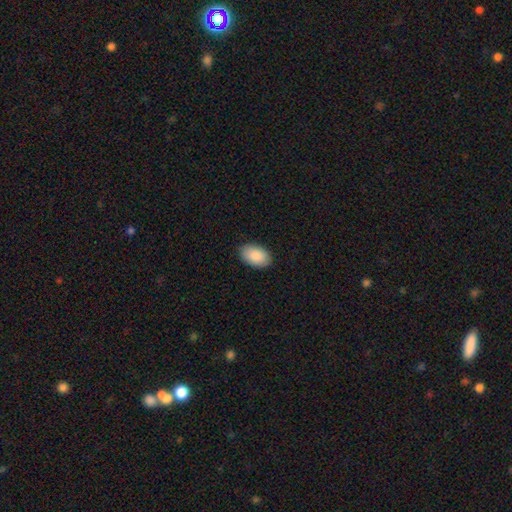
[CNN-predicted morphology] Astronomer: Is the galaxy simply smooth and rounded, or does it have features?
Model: smooth — 90%.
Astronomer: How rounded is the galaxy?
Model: in between — 93%.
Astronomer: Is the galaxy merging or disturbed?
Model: none — 88%.